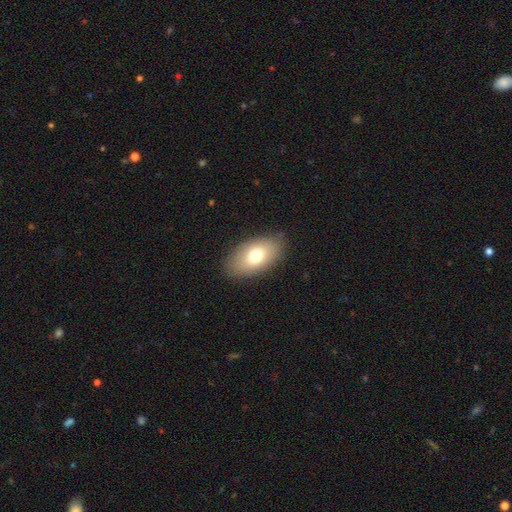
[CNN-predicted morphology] A smooth galaxy with no disk features (73%) that is in between round and cigar-shaped (93%). Merging: none (85%).